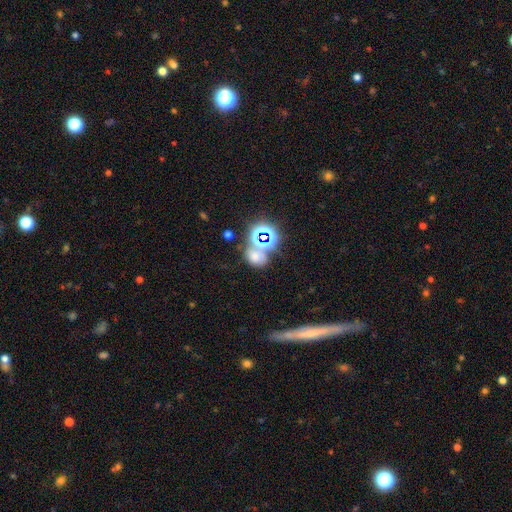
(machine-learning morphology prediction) Smooth or featured? Predicted: smooth (p=0.52). How rounded? Predicted: round (p=0.51). Merging? Predicted: none (p=0.50).